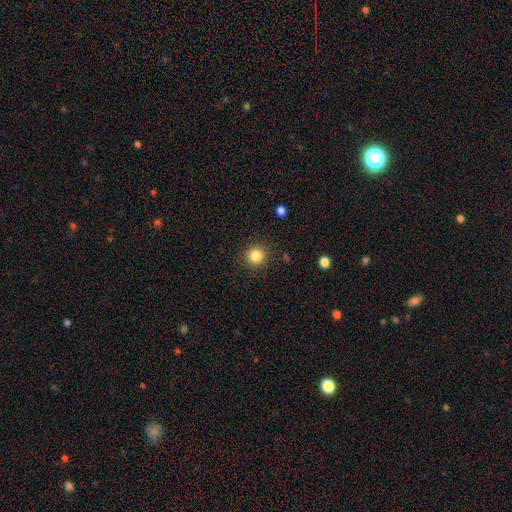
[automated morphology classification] A smooth galaxy with no disk features (85%) that is round (92%). Merging: none (89%).